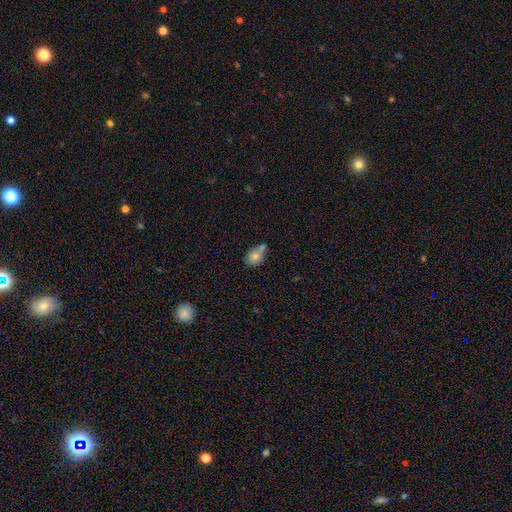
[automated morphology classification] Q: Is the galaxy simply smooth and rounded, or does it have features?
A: smooth — 76%.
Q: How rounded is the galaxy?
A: in between — 65%.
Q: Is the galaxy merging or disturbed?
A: none — 43%.